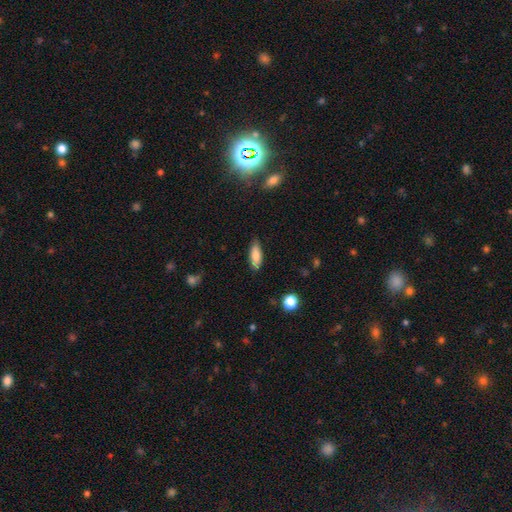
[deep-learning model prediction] Morphology: type=smooth (80%); roundness=in between (66%); merging=none (80%).